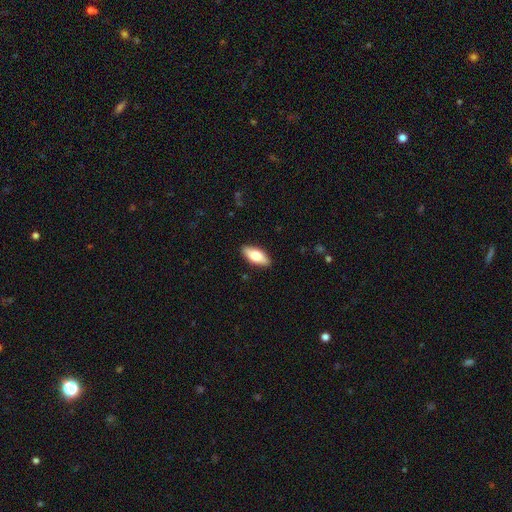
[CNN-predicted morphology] smooth_or_featured: smooth (p=0.72) [alt: featured or disk p=0.22]
how_rounded: in between (p=0.82) [alt: cigar-shaped p=0.15]
merging: none (p=0.89) [alt: minor disturbance p=0.08]